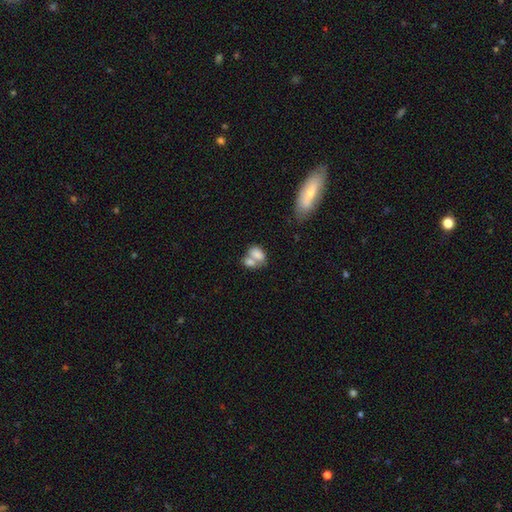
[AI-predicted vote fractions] A smooth galaxy with no disk features (77%) that is in between round and cigar-shaped (83%).

Vote fractions:
- Smooth or featured? smooth: 77% / featured or disk: 15% / star or artifact: 8%
- How rounded? in between: 83% / round: 15% / cigar-shaped: 2%
- Merging? merger: 66% / none: 21% / minor disturbance: 8% / major disturbance: 5%